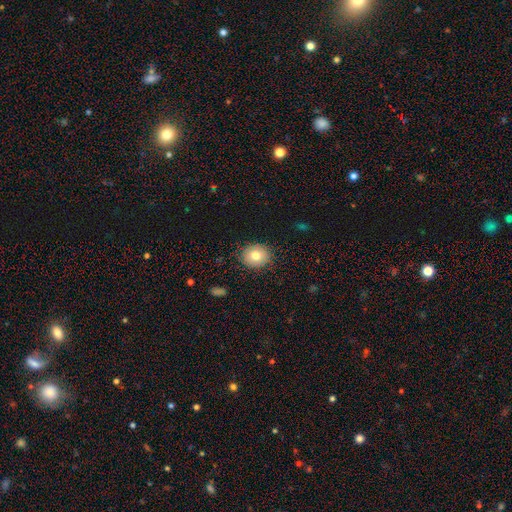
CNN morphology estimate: Q: Smooth or featured?
A: smooth (76%); runner-up: featured or disk (14%)
Q: How rounded?
A: round (72%); runner-up: in between (27%)
Q: Merging?
A: none (86%); runner-up: minor disturbance (10%)